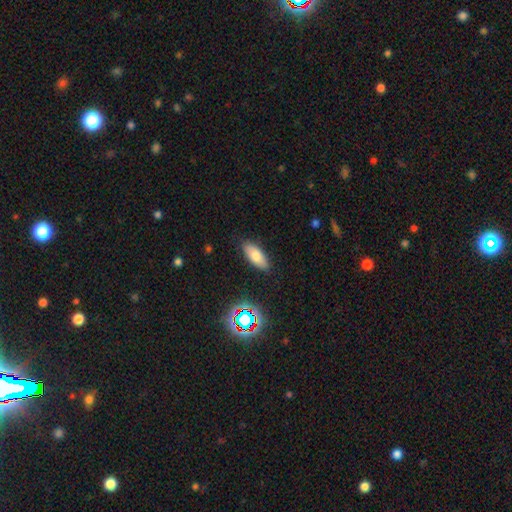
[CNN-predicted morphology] smooth-or-featured: smooth: 75% | featured or disk: 16% | star or artifact: 10%
  how-rounded: in between: 79% | cigar-shaped: 18% | round: 3%
  merging: none: 86% | minor disturbance: 10% | major disturbance: 2% | merger: 1%